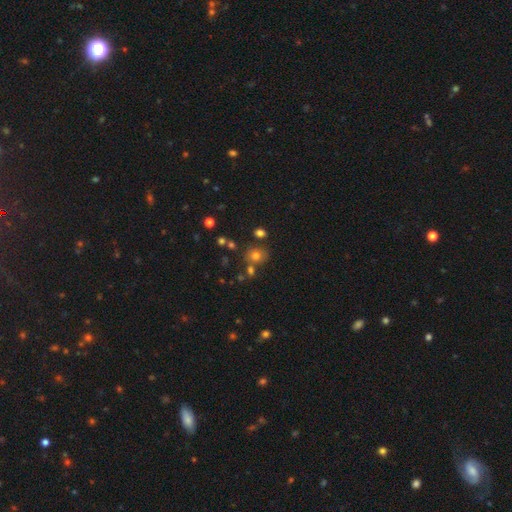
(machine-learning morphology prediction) A smooth galaxy with no disk features (73%) that is round (72%).

Vote fractions:
- Smooth or featured? smooth: 73% / star or artifact: 17% / featured or disk: 10%
- How rounded? round: 72% / in between: 27% / cigar-shaped: 1%
- Merging? none: 72% / merger: 13% / minor disturbance: 12% / major disturbance: 4%